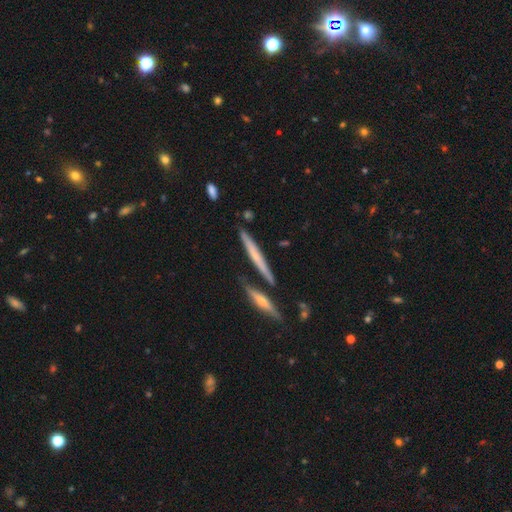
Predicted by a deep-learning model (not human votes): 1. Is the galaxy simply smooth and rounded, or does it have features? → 49% featured or disk, 44% smooth, 7% star or artifact.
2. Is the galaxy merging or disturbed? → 76% none, 11% merger, 11% minor disturbance, 3% major disturbance.